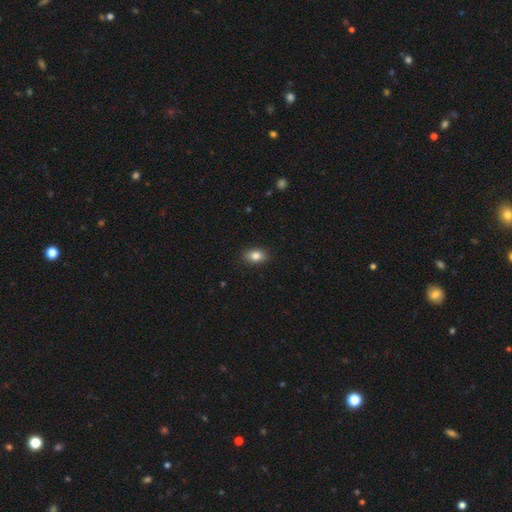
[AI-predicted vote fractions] Smooth or featured?
  - smooth: 85% *
  - star or artifact: 9%
  - featured or disk: 6%
How rounded?
  - in between: 83% *
  - round: 15%
  - cigar-shaped: 2%
Merging?
  - none: 89% *
  - minor disturbance: 8%
  - major disturbance: 2%
  - merger: 1%